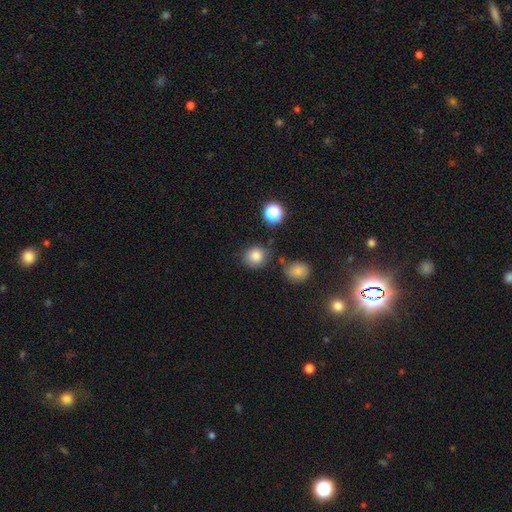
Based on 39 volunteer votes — This is clearly a smooth galaxy (85%). How rounded: likely round (70%). Merging: likely none (64%).